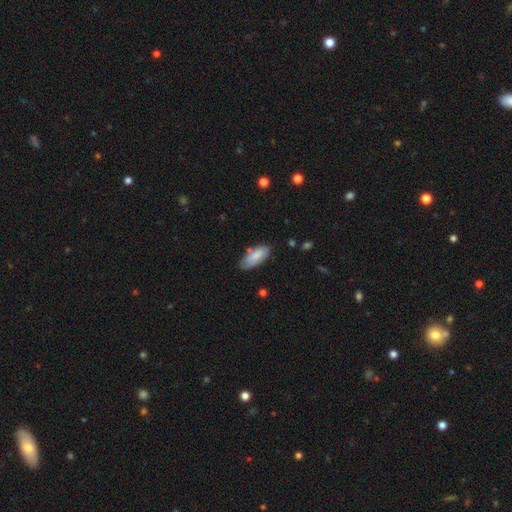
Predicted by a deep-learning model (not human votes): smooth-or-featured: smooth: 81% | featured or disk: 13% | star or artifact: 6%
  how-rounded: in between: 86% | cigar-shaped: 13% | round: 2%
  merging: none: 70% | minor disturbance: 22% | merger: 4% | major disturbance: 4%